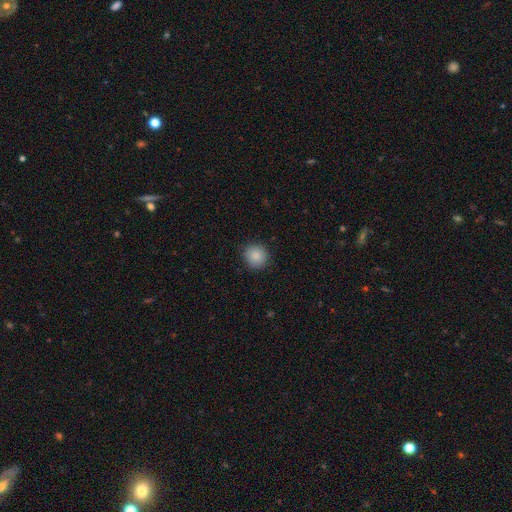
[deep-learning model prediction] smooth_or_featured: smooth (p=0.87) [alt: star or artifact p=0.09]
how_rounded: round (p=0.90) [alt: in between p=0.09]
merging: none (p=0.89) [alt: minor disturbance p=0.08]